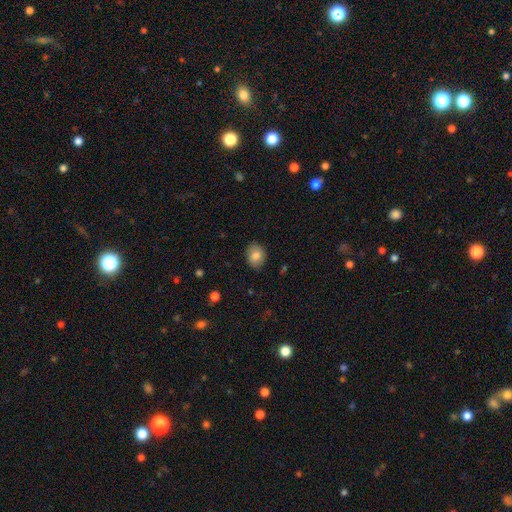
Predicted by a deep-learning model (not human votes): smooth-or-featured: smooth: 83% | featured or disk: 9% | star or artifact: 8%
  how-rounded: in between: 55% | round: 44% | cigar-shaped: 1%
  merging: none: 87% | minor disturbance: 10% | major disturbance: 2% | merger: 1%